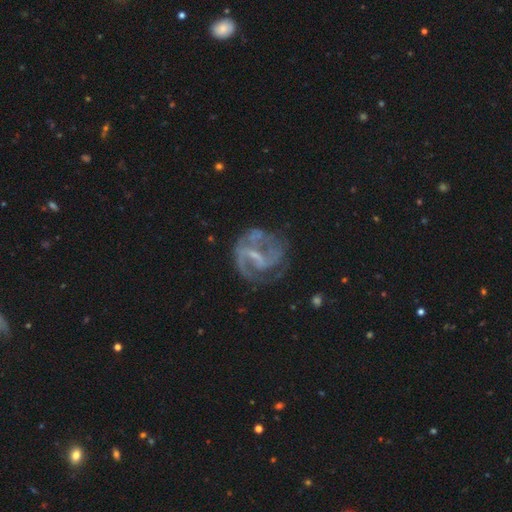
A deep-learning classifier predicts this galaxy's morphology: type=featured or disk (83%); edge-on=no (98%); bar=weak (48%); spiral arms=yes (87%); winding=medium (48%); arm count=2 (60%); bulge=small (51%); merging=none (56%).